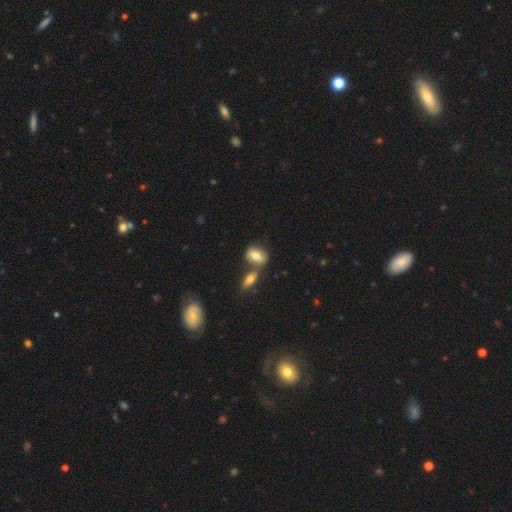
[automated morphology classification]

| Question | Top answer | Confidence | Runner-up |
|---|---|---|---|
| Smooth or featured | smooth | 75% | featured or disk (17%) |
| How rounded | in between | 78% | round (16%) |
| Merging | none | 55% | merger (30%) |